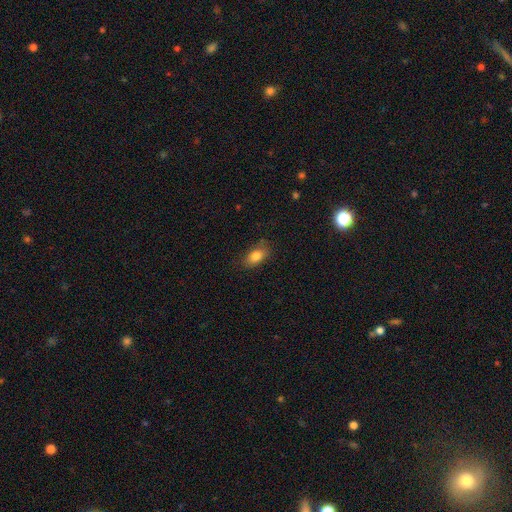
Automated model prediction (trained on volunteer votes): Smooth or featured?
  - smooth: 83% *
  - featured or disk: 9%
  - star or artifact: 8%
How rounded?
  - in between: 88% *
  - round: 9%
  - cigar-shaped: 4%
Merging?
  - none: 80% *
  - minor disturbance: 15%
  - major disturbance: 3%
  - merger: 1%